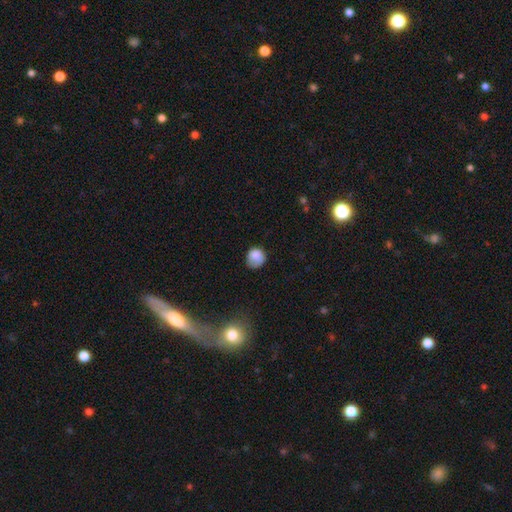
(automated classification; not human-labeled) This appears to be a smooth galaxy with no disk features (82%) that is round (82%). Merging: none (62%).